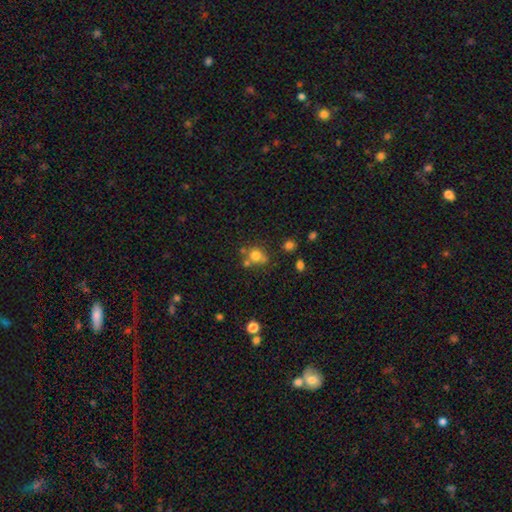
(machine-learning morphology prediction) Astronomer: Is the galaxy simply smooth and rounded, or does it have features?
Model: smooth — 74%.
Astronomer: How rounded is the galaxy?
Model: round — 81%.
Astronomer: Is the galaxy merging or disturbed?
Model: none — 55%.